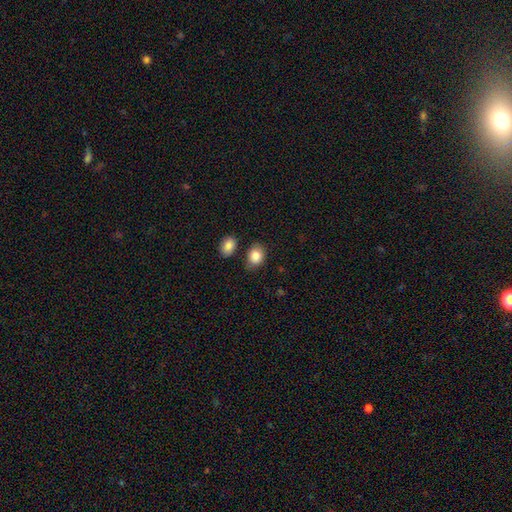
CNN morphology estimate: Smooth or featured? Predicted: smooth (p=0.85). How rounded? Predicted: in between (p=0.66). Merging? Predicted: none (p=0.70).